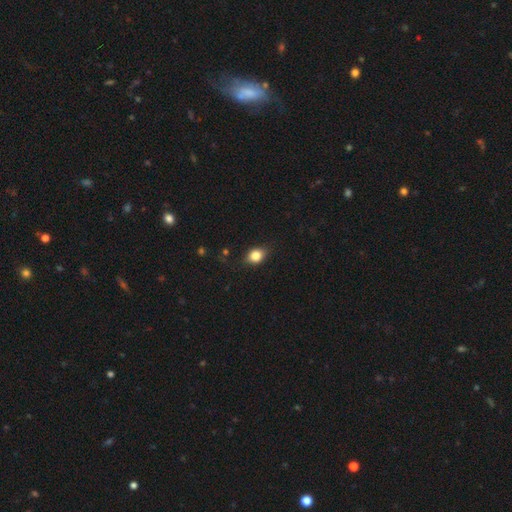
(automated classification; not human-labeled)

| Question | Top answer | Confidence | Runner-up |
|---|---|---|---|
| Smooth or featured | smooth | 80% | featured or disk (10%) |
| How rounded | in between | 56% | round (41%) |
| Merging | none | 78% | minor disturbance (17%) |